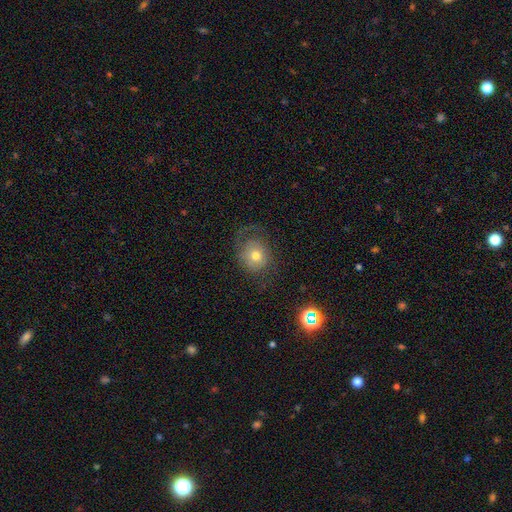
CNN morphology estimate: This is possibly a smooth galaxy (57%). How rounded: likely round (73%). Merging: possibly none (50%).